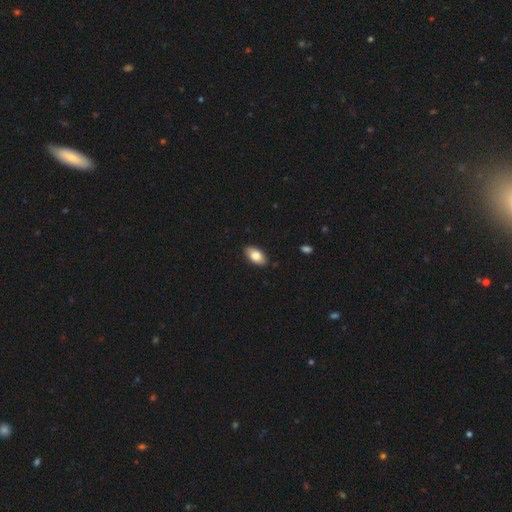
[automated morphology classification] Smooth or featured? smooth (82%)
How rounded? in between (94%)
Merging? none (89%)